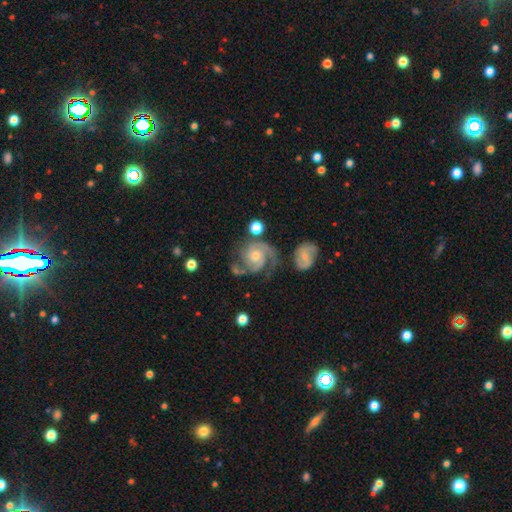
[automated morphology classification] Smooth or featured?
  - featured or disk: 89% *
  - smooth: 6%
  - star or artifact: 5%
Edge-on disk?
  - no: 98% *
  - yes: 2%
Bar?
  - no: 72% *
  - weak: 22%
  - strong: 6%
Spiral arms?
  - yes: 98% *
  - no: 2%
Spiral winding?
  - tight: 53% *
  - medium: 40%
  - loose: 8%
Spiral arm count?
  - 2: 69% *
  - 3: 16%
  - can't tell: 7%
  - 1: 4%
  - 4: 2%
  - more than 4: 2%
Bulge size?
  - moderate: 51% *
  - small: 44%
  - large: 3%
  - none: 2%
  - dominant: 1%
Merging?
  - none: 59% *
  - minor disturbance: 20%
  - major disturbance: 11%
  - merger: 10%